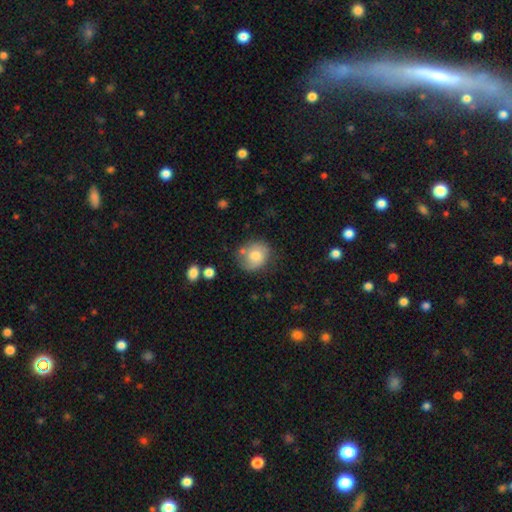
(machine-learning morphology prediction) A smooth galaxy with no disk features (68%) that is round (69%).

Vote fractions:
- Smooth or featured? smooth: 68% / featured or disk: 23% / star or artifact: 8%
- How rounded? round: 69% / in between: 30% / cigar-shaped: 1%
- Merging? none: 61% / minor disturbance: 24% / major disturbance: 8% / merger: 7%